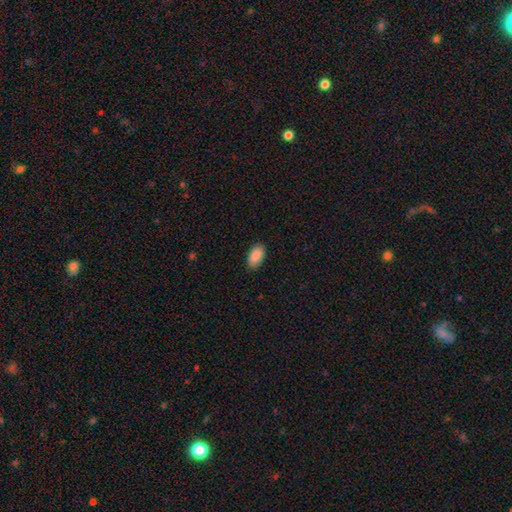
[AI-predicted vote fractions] The model was most divided on "merging": none: 87%, minor disturbance: 10%, major disturbance: 2%, merger: 1%. More confident: how rounded — in between (95%); smooth or featured — smooth (89%).